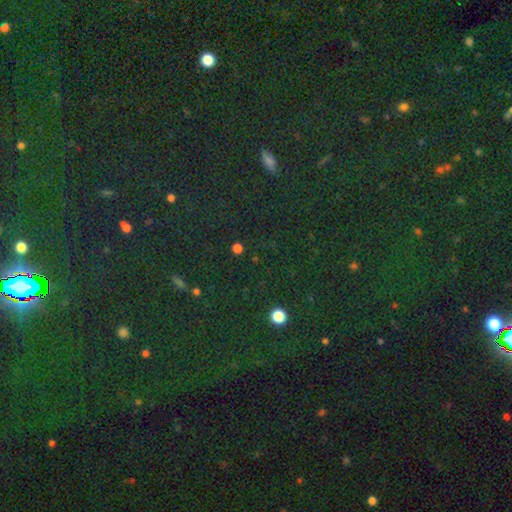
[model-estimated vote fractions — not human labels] A star or artifact, not a galaxy (79%).

Vote fractions:
- Smooth or featured? star or artifact: 79% / smooth: 13% / featured or disk: 8%